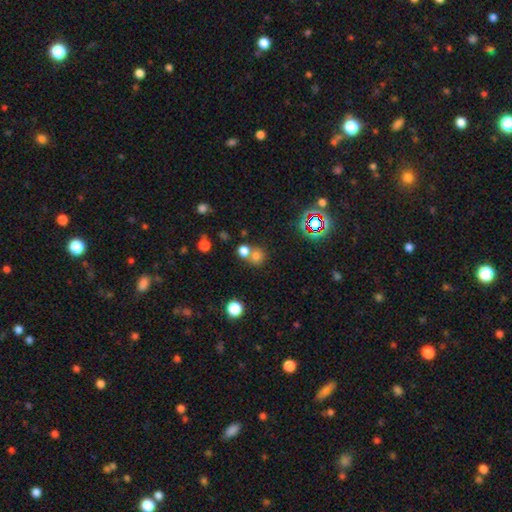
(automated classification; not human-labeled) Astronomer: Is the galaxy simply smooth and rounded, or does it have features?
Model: smooth — 70%.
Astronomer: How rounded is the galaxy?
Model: round — 86%.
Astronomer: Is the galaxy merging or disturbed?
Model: none — 53% (runner-up: merger, 38%).